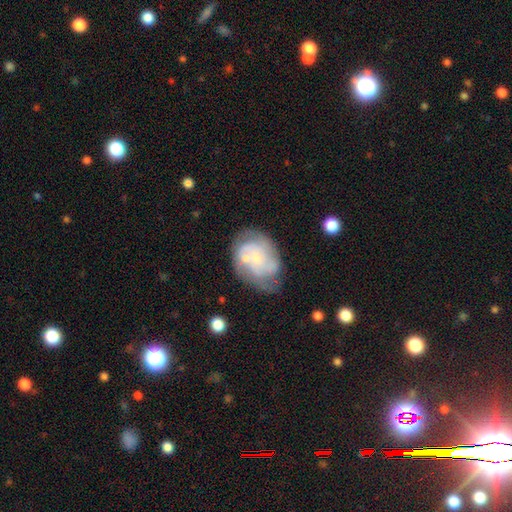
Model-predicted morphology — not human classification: Q: Smooth or featured?
A: featured or disk (71%); runner-up: smooth (22%)
Q: Edge-on disk?
A: no (97%); runner-up: yes (3%)
Q: Bar?
A: no (72%); runner-up: weak (24%)
Q: Spiral arms?
A: yes (83%); runner-up: no (17%)
Q: Spiral winding?
A: tight (52%); runner-up: medium (36%)
Q: Spiral arm count?
A: can't tell (39%); runner-up: 2 (31%)
Q: Bulge size?
A: small (71%); runner-up: moderate (22%)
Q: Merging?
A: none (49%); runner-up: minor disturbance (23%)